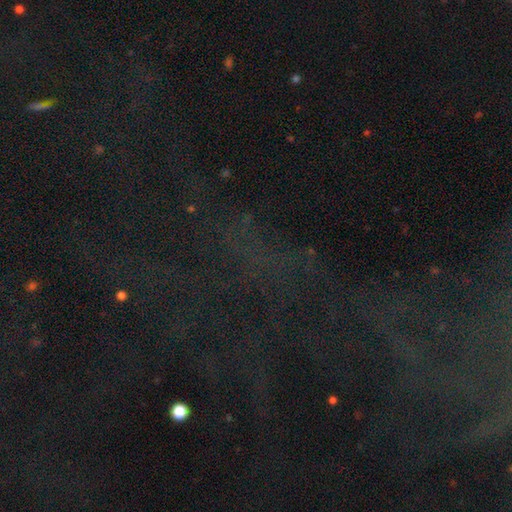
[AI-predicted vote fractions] Morphology: type=star or artifact (76%).